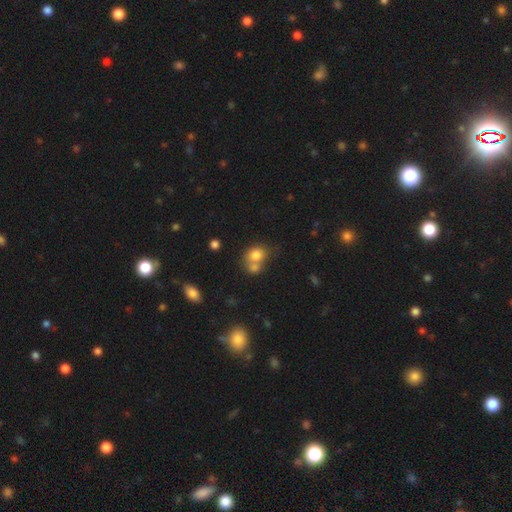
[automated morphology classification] Smooth or featured? smooth (78%)
How rounded? round (57%)
Merging? merger (54%)